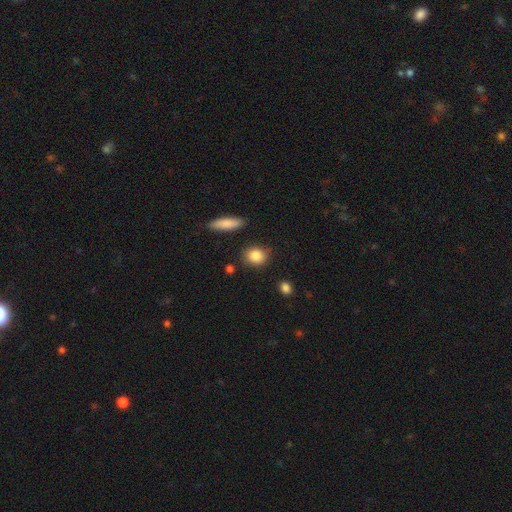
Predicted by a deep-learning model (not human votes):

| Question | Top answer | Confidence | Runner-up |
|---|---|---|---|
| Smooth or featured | smooth | 87% | star or artifact (7%) |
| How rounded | round | 61% | in between (36%) |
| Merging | none | 83% | minor disturbance (11%) |